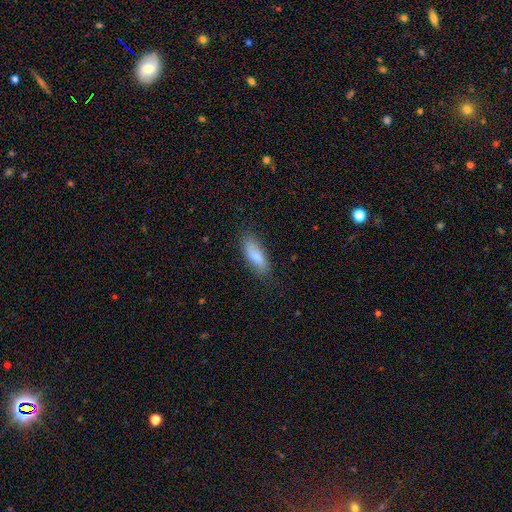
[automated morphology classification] Smooth or featured? smooth (84%)
How rounded? in between (69%)
Merging? none (79%)